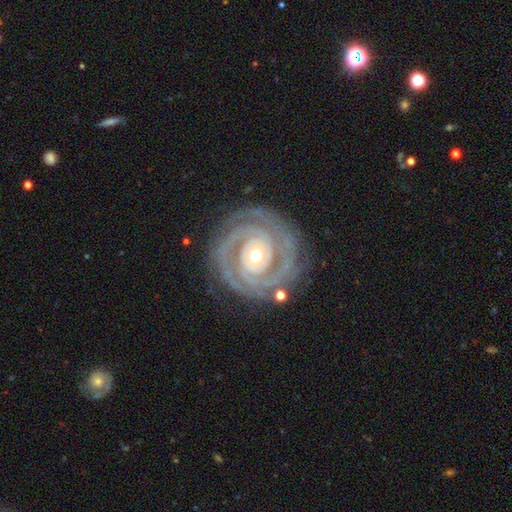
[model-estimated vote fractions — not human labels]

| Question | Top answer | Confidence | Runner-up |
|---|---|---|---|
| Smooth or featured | featured or disk | 92% | star or artifact (4%) |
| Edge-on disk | no | 97% | yes (3%) |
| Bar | no | 70% | weak (19%) |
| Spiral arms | yes | 98% | no (2%) |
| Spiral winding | tight | 86% | medium (12%) |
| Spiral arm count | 2 | 47% | 3 (23%) |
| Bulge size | moderate | 70% | small (22%) |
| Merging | none | 82% | minor disturbance (12%) |